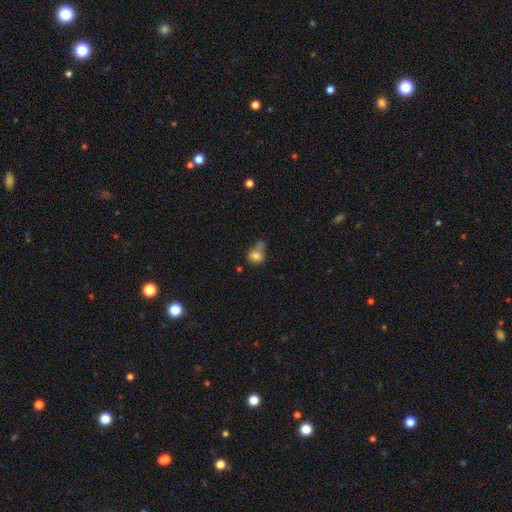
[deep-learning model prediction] smooth-or-featured: smooth: 76% | featured or disk: 12% | star or artifact: 12%
  how-rounded: round: 56% | in between: 43% | cigar-shaped: 1%
  merging: none: 31% | minor disturbance: 26% | merger: 26% | major disturbance: 18%